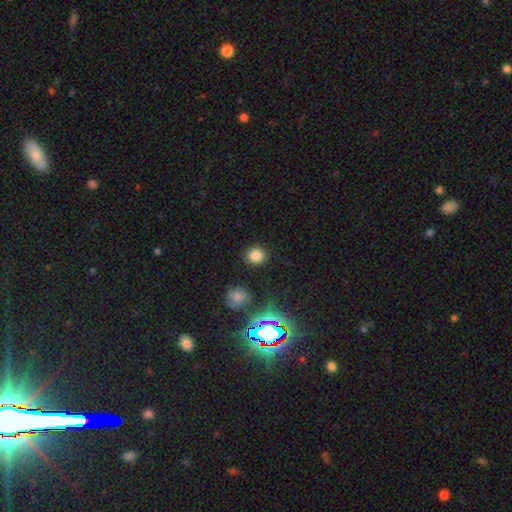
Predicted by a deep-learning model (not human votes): The model was most divided on "smooth or featured": smooth: 79%, star or artifact: 16%, featured or disk: 5%. More confident: merging — none (88%); how rounded — round (83%).